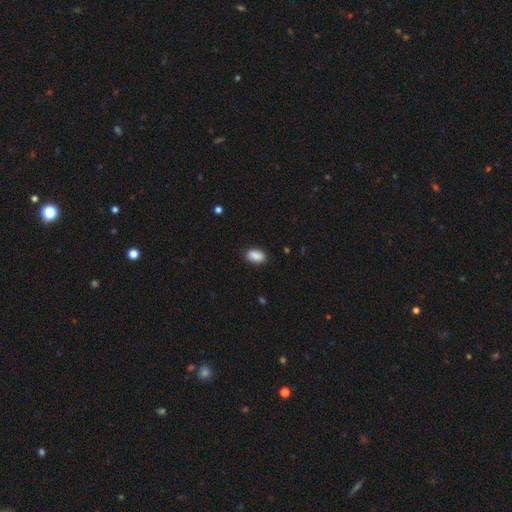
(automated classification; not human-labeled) Smooth or featured? smooth (89%)
How rounded? in between (92%)
Merging? none (86%)